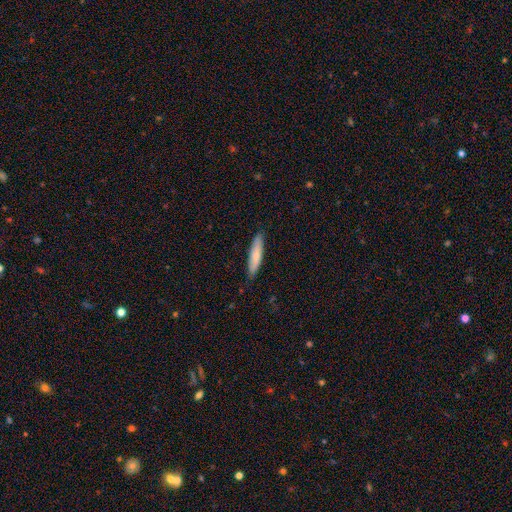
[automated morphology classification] Smooth or featured?
  - smooth: 74% *
  - featured or disk: 20%
  - star or artifact: 5%
How rounded?
  - cigar-shaped: 78% *
  - in between: 21%
  - round: 1%
Merging?
  - none: 85% *
  - minor disturbance: 12%
  - major disturbance: 2%
  - merger: 1%